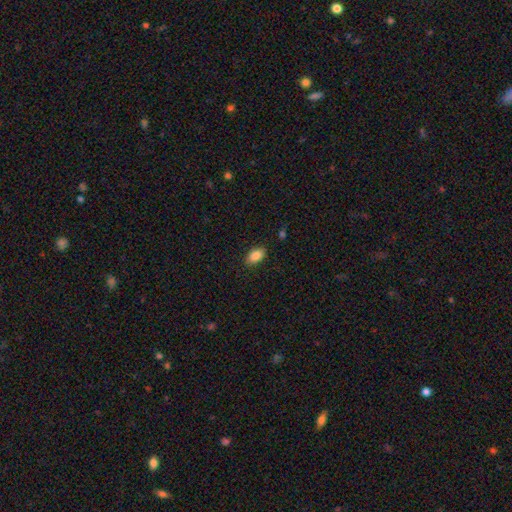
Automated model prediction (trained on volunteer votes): Smooth or featured? smooth (87%)
How rounded? in between (91%)
Merging? none (87%)